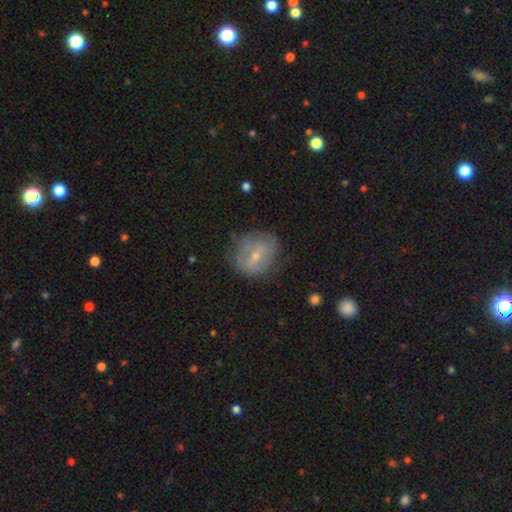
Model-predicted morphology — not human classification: A featured or disk galaxy (52%).

Vote fractions:
- Smooth or featured? featured or disk: 52% / smooth: 39% / star or artifact: 9%
- Edge-on disk? no: 95% / yes: 5%
- Merging? none: 63% / minor disturbance: 24% / major disturbance: 11% / merger: 2%